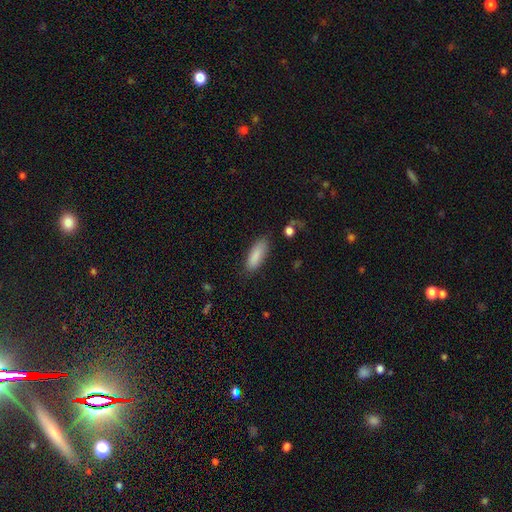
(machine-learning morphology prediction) The model was most divided on "how rounded": in between: 62%, cigar-shaped: 37%, round: 2%. More confident: smooth or featured — smooth (87%); merging — none (82%).